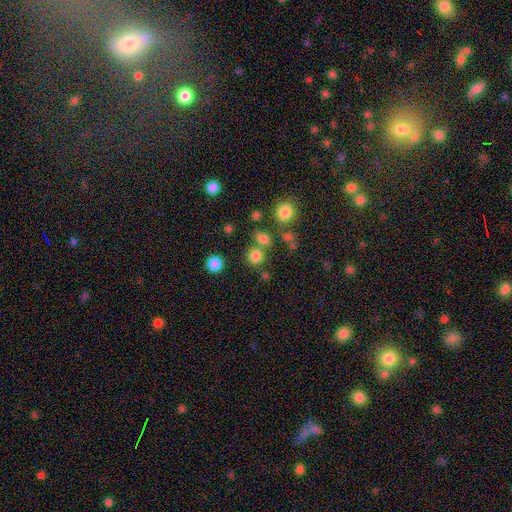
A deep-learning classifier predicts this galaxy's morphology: Overall: smooth (79%). How rounded: round (87%). Merging: none (71%).